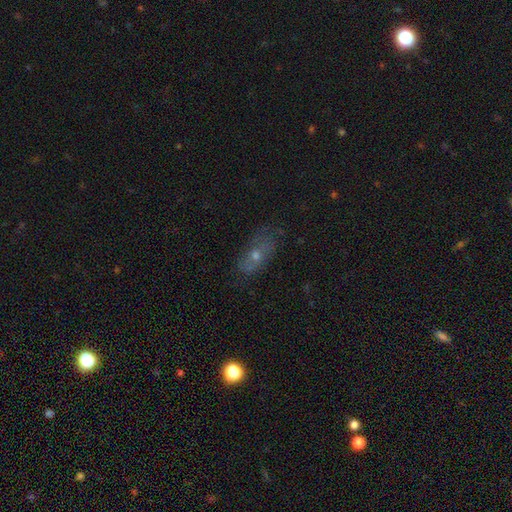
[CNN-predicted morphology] Smooth or featured?
  - smooth: 44% *
  - featured or disk: 40%
  - star or artifact: 16%
Merging?
  - none: 67% *
  - minor disturbance: 22%
  - major disturbance: 9%
  - merger: 2%